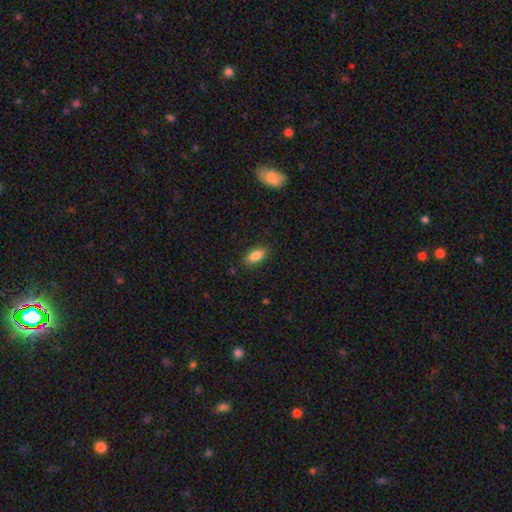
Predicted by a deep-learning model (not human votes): Overall: smooth (83%). How rounded: in between (85%). Merging: none (86%).